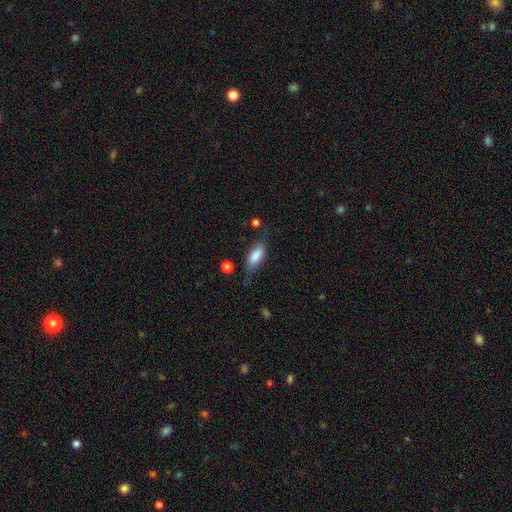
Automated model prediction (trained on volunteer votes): Smooth or featured?
  - smooth: 77% *
  - featured or disk: 16%
  - star or artifact: 7%
How rounded?
  - in between: 78% *
  - cigar-shaped: 19%
  - round: 3%
Merging?
  - none: 59% *
  - minor disturbance: 28%
  - major disturbance: 10%
  - merger: 3%